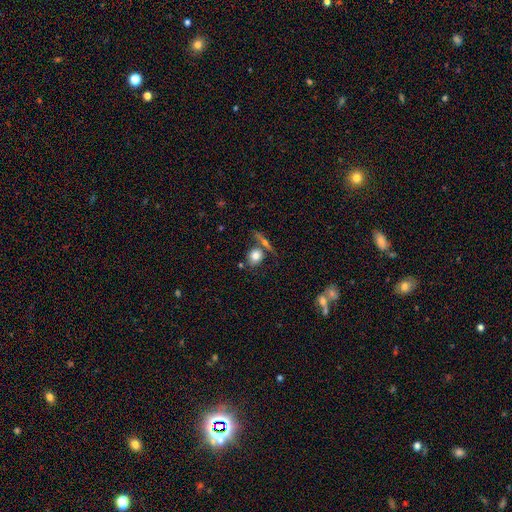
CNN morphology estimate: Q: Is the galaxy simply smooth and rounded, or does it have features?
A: smooth — 76%.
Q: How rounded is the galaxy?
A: round — 66%.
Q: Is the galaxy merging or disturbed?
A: none — 58%.